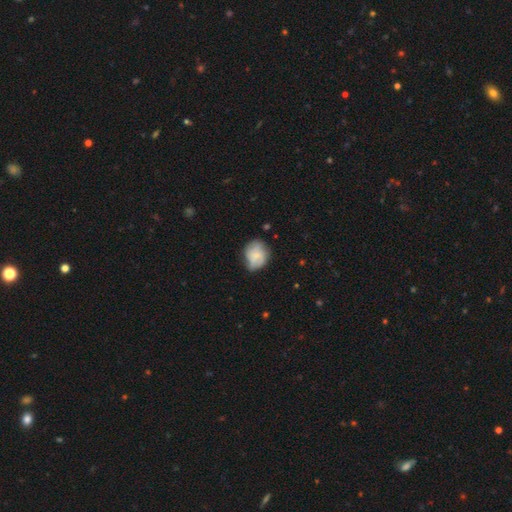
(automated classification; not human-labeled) Smooth or featured? Predicted: smooth (p=0.57). How rounded? Predicted: round (p=0.57). Merging? Predicted: none (p=0.59).